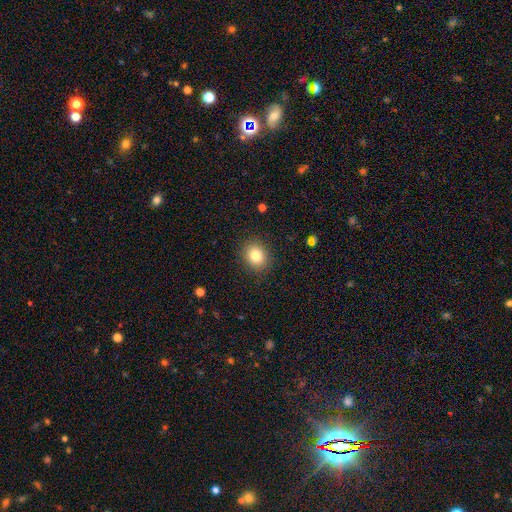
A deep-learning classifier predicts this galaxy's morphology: This is clearly a smooth galaxy (82%). How rounded: likely round (68%). Merging: clearly none (89%).